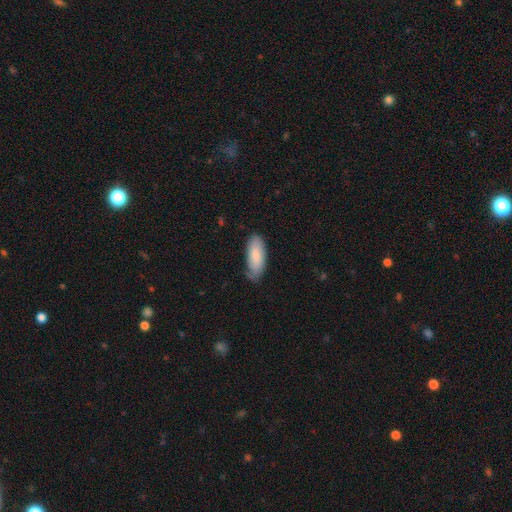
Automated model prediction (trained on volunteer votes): Morphology: type=smooth (80%); roundness=in between (81%); merging=none (66%).